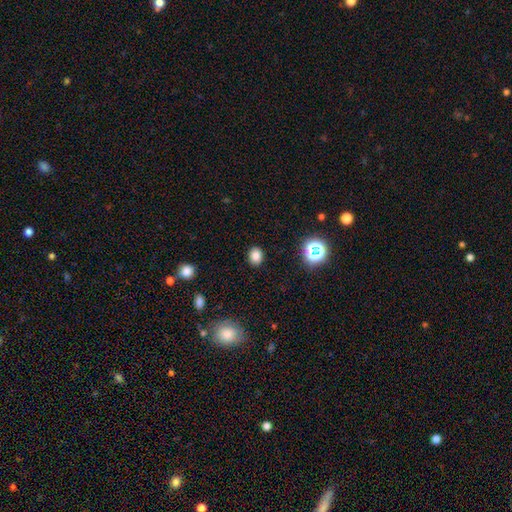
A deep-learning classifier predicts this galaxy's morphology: Smooth or featured?
  - smooth: 81% *
  - star or artifact: 15%
  - featured or disk: 5%
How rounded?
  - round: 50% *
  - in between: 49%
  - cigar-shaped: 1%
Merging?
  - none: 88% *
  - minor disturbance: 8%
  - major disturbance: 2%
  - merger: 1%